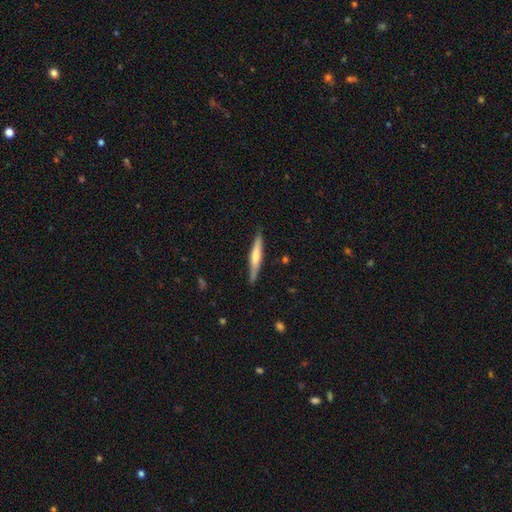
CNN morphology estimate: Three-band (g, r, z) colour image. It shows a featured or disk galaxy (48%). Merging: none (85%).